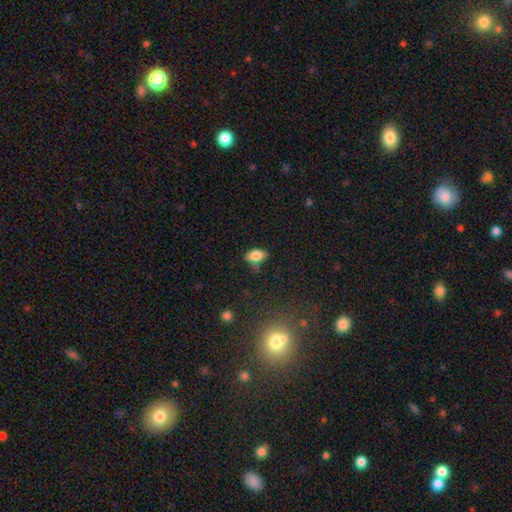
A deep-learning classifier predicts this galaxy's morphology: smooth-or-featured: smooth: 83% | star or artifact: 9% | featured or disk: 8%
  how-rounded: in between: 90% | round: 7% | cigar-shaped: 3%
  merging: none: 63% | minor disturbance: 26% | major disturbance: 6% | merger: 4%